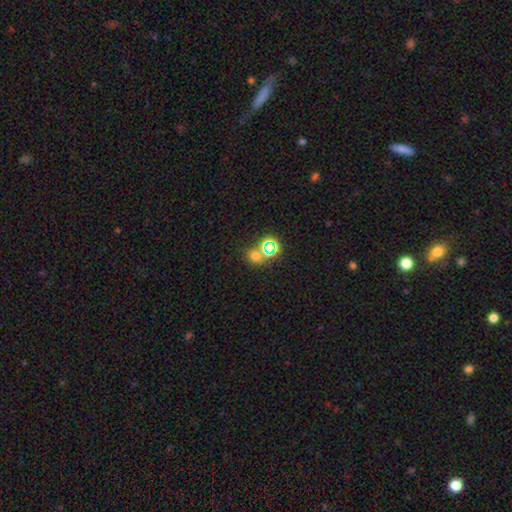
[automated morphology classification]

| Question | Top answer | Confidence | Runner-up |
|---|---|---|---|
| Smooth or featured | smooth | 52% | star or artifact (40%) |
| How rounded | round | 78% | in between (21%) |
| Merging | none | 64% | merger (23%) |